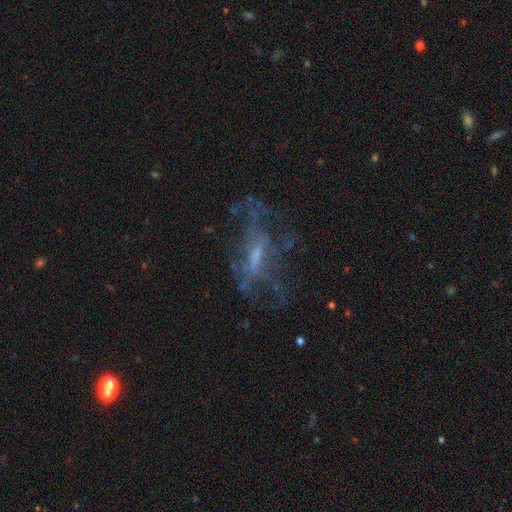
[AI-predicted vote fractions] Smooth or featured? Predicted: featured or disk (p=0.62). Edge-on disk? Predicted: no (p=0.85). Bar? Predicted: no (p=0.49). Spiral arms? Predicted: no (p=0.61). Bulge size? Predicted: small (p=0.43). Merging? Predicted: none (p=0.50).